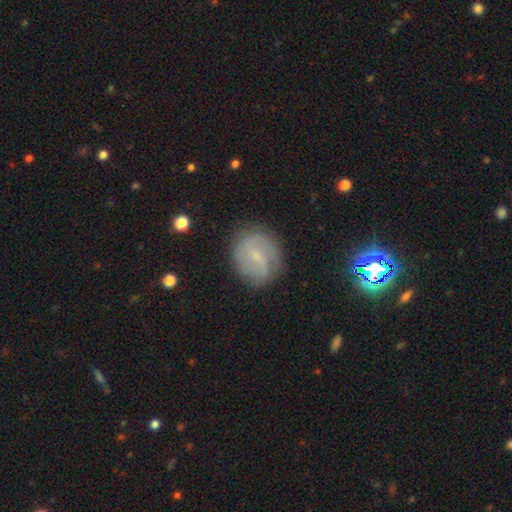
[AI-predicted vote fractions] Q: Smooth or featured?
A: featured or disk (54%); runner-up: smooth (35%)
Q: Edge-on disk?
A: no (97%); runner-up: yes (3%)
Q: Bar?
A: weak (56%); runner-up: no (26%)
Q: Spiral arms?
A: yes (80%); runner-up: no (20%)
Q: Bulge size?
A: small (67%); runner-up: none (17%)
Q: Merging?
A: none (77%); runner-up: minor disturbance (15%)